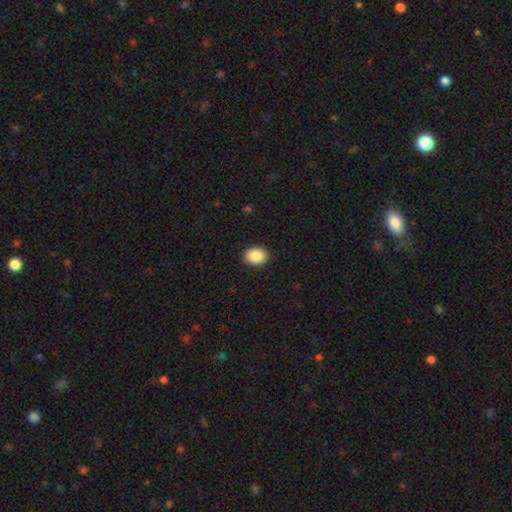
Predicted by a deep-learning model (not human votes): smooth-or-featured: smooth: 88% | star or artifact: 8% | featured or disk: 4%
  how-rounded: in between: 55% | round: 44% | cigar-shaped: 1%
  merging: none: 91% | minor disturbance: 7% | major disturbance: 2% | merger: 1%